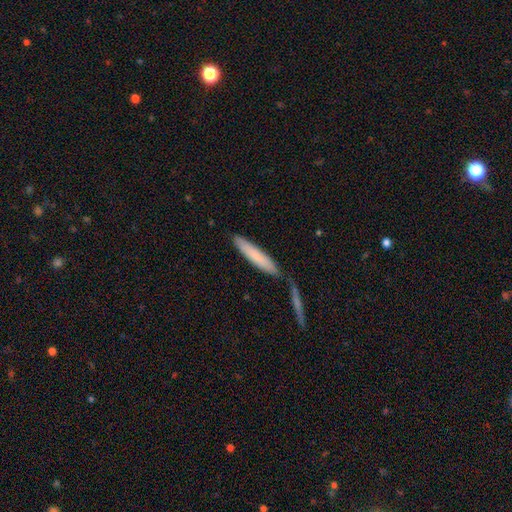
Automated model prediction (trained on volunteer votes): A smooth galaxy with no disk features (77%) that is cigar-shaped (88%). Merging: none (67%).